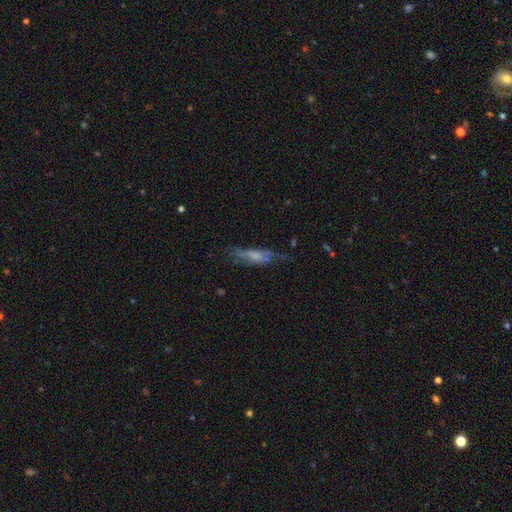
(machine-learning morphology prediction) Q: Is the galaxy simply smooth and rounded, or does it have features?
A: featured or disk — 46%.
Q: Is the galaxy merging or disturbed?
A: none — 53%.